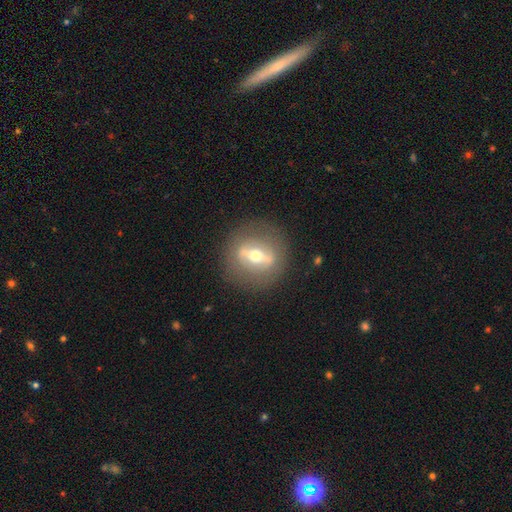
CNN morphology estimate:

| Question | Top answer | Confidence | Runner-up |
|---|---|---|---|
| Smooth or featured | featured or disk | 73% | smooth (19%) |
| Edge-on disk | no | 63% | yes (37%) |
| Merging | none | 85% | minor disturbance (9%) |